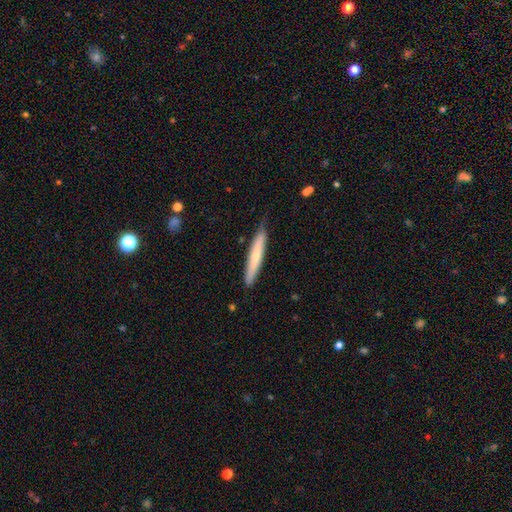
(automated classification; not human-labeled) smooth 60%, featured or disk 35%, star or artifact 5%. Down the decision tree: how rounded — cigar-shaped (94%); merging — none (80%).